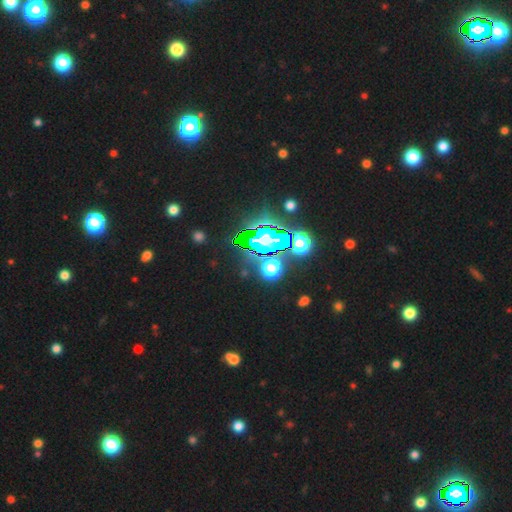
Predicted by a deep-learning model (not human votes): The model was most divided on "smooth or featured": star or artifact: 82%, smooth: 11%, featured or disk: 7%.